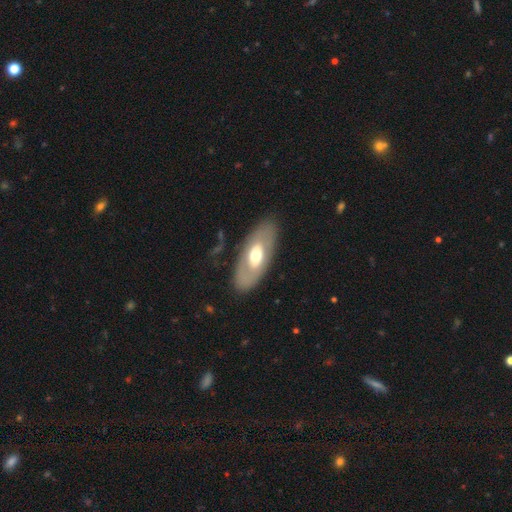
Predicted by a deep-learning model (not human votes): Q: Smooth or featured?
A: featured or disk (49%); runner-up: smooth (46%)
Q: Merging?
A: none (81%); runner-up: minor disturbance (12%)